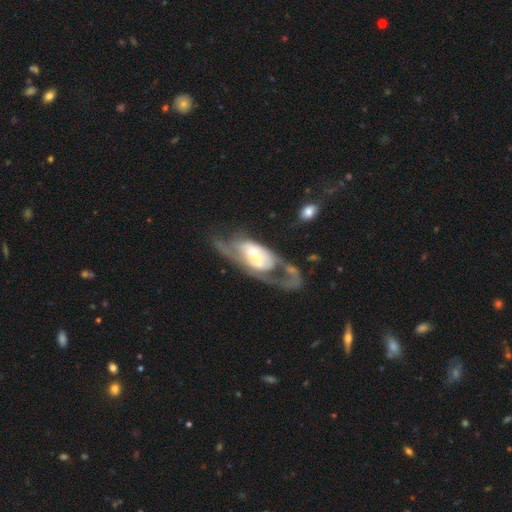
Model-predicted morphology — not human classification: A featured or disk galaxy (76%) with a weak bar (38%), 2 (61%) medium (40%) spiral arms (78%) and a small central bulge (34%). Merging: major disturbance (45%).